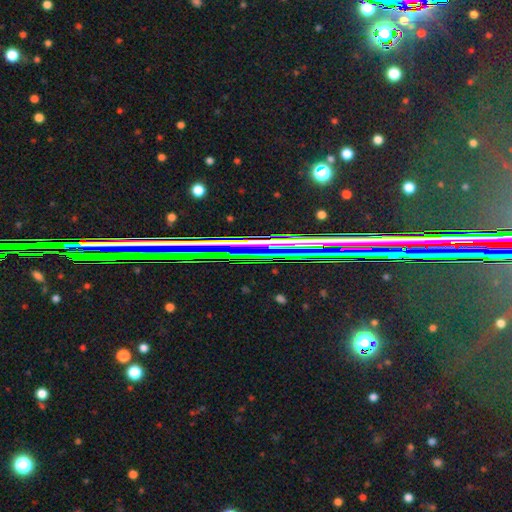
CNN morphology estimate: type=star or artifact (78%).